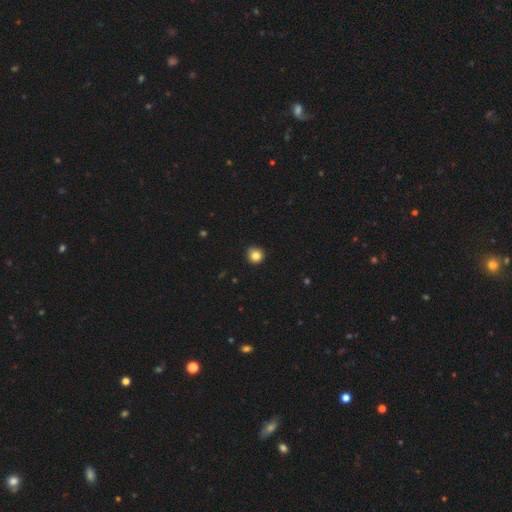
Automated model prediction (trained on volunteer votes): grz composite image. It shows a smooth galaxy with no disk features (84%) that is round (93%). Merging: none (90%).